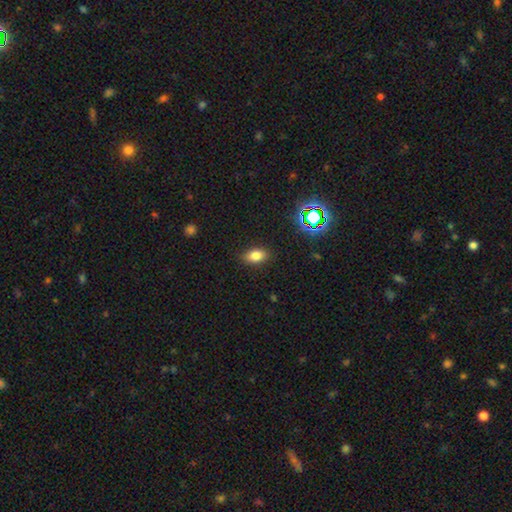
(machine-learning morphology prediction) smooth 80%, star or artifact 13%, featured or disk 7%. Down the decision tree: how rounded — in between (86%); merging — none (87%).